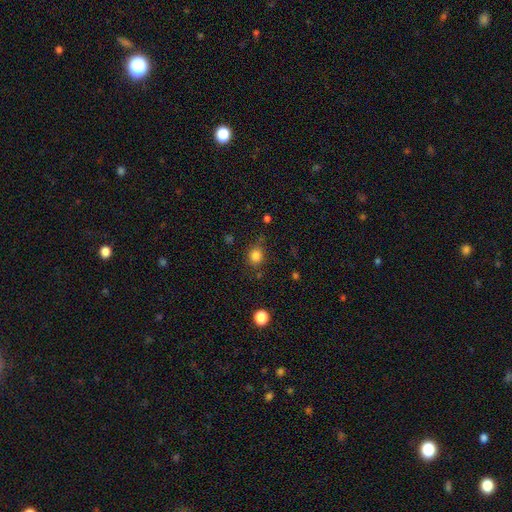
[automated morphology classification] This appears to be a smooth galaxy with no disk features (83%) that is round (79%). Merging: none (74%).